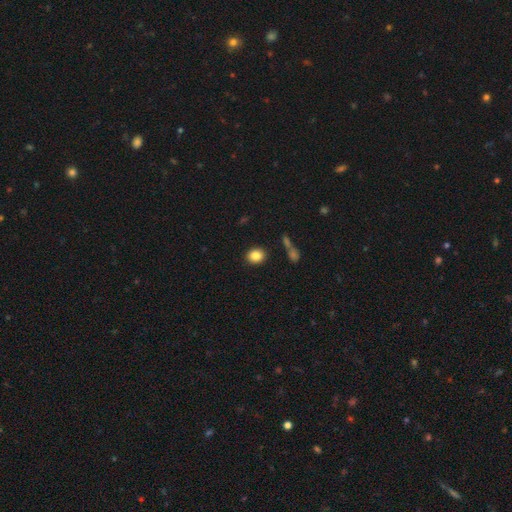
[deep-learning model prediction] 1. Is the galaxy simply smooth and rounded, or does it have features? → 85% smooth, 9% star or artifact, 6% featured or disk.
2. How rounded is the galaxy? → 70% round, 29% in between, 1% cigar-shaped.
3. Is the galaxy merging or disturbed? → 86% none, 8% minor disturbance, 3% merger, 3% major disturbance.